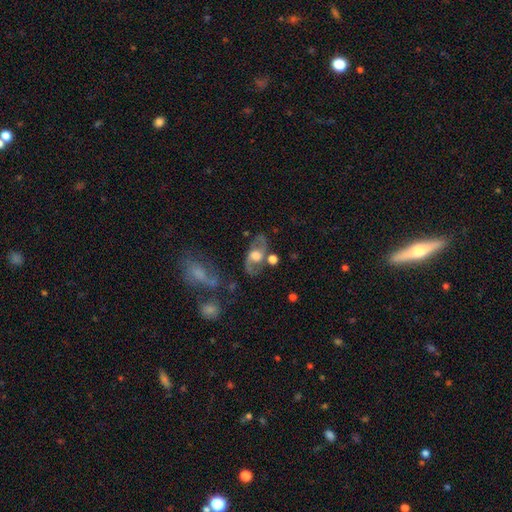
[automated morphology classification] Overall: featured or disk (72%). Edge-on disk: no (90%). Bar: no (65%; weak 27%). Spiral arms: yes (80%). Spiral arm count: 2 (90%). Spiral winding: loose (48%; medium 40%). Bulge size: large (48%; moderate 38%). Merging: none (66%).